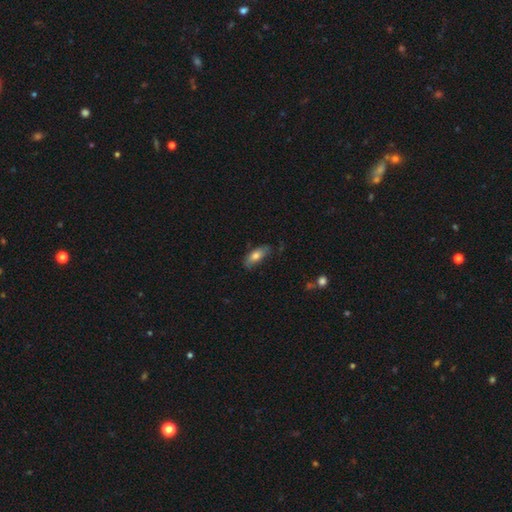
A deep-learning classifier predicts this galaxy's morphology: Smooth or featured: smooth — 73% (featured or disk — 20%)
How rounded: in between — 77% (cigar-shaped — 20%)
Merging: none — 69% (minor disturbance — 24%)